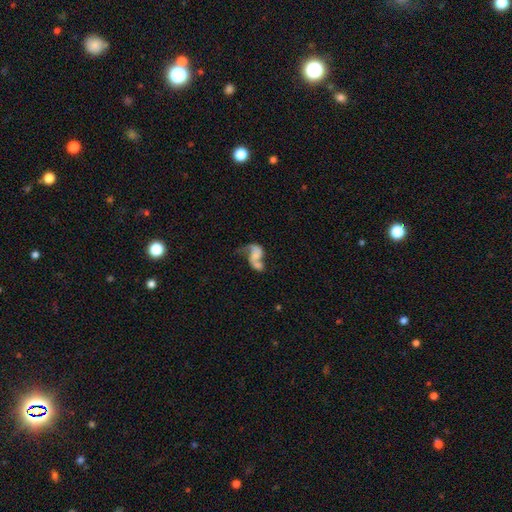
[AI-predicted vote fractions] The model was most divided on "smooth or featured": featured or disk: 52%, smooth: 38%, star or artifact: 10%. More confident: edge-on disk — no (97%); bar — no (73%); spiral arms — yes (64%); merging — merger (57%); bulge size — none (53%).